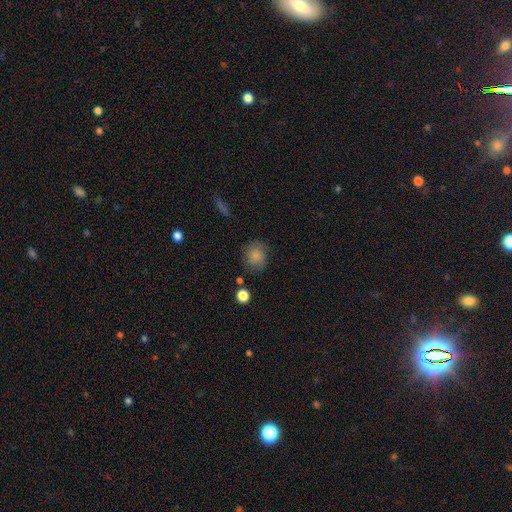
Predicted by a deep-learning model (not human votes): Smooth or featured: smooth — 84% (star or artifact — 10%)
How rounded: round — 75% (in between — 24%)
Merging: none — 78% (minor disturbance — 15%)